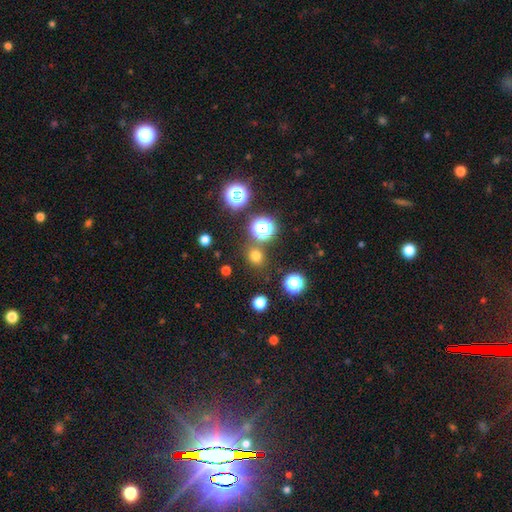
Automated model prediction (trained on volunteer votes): smooth-or-featured: smooth: 69% | star or artifact: 25% | featured or disk: 6%
  how-rounded: round: 82% | in between: 17% | cigar-shaped: 1%
  merging: none: 81% | minor disturbance: 9% | merger: 7% | major disturbance: 3%